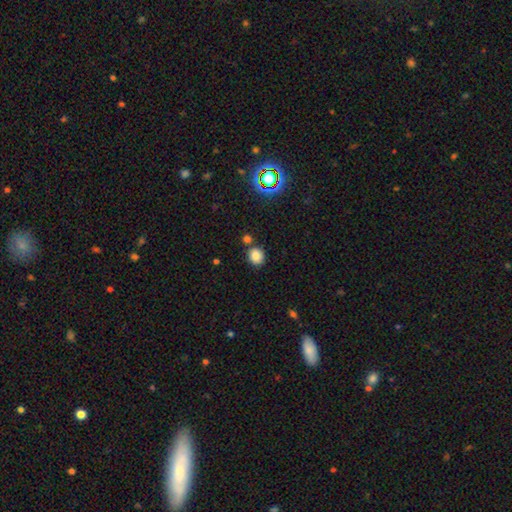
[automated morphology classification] Overall: smooth (82%). How rounded: round (73%). Merging: none (70%).